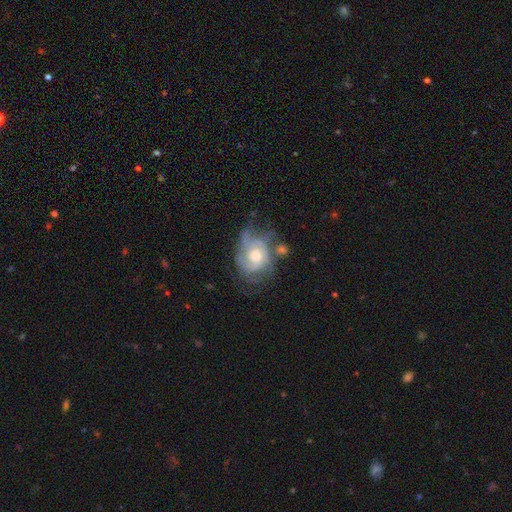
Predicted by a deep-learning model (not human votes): Smooth or featured: featured or disk — 78% (smooth — 16%)
Edge-on disk: no — 97% (yes — 3%)
Bar: no — 78% (weak — 19%)
Spiral arms: yes — 87% (no — 13%)
Spiral winding: tight — 56% (medium — 33%)
Spiral arm count: can't tell — 39% (2 — 24%)
Bulge size: moderate — 70% (small — 16%)
Merging: none — 48% (minor disturbance — 26%)